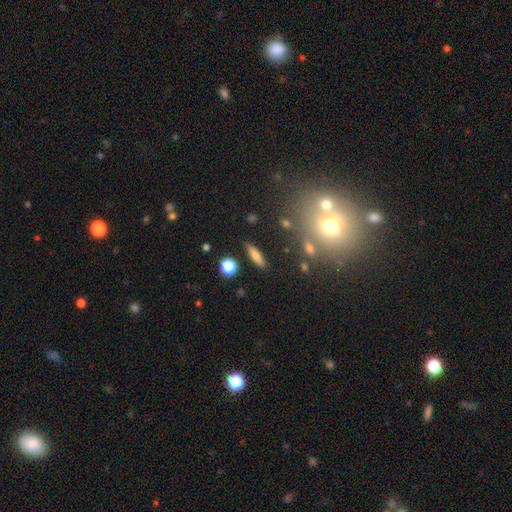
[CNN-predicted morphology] Smooth or featured?
  - smooth: 72% *
  - featured or disk: 19%
  - star or artifact: 9%
How rounded?
  - cigar-shaped: 64% *
  - in between: 32%
  - round: 4%
Merging?
  - none: 86% *
  - minor disturbance: 9%
  - merger: 3%
  - major disturbance: 3%